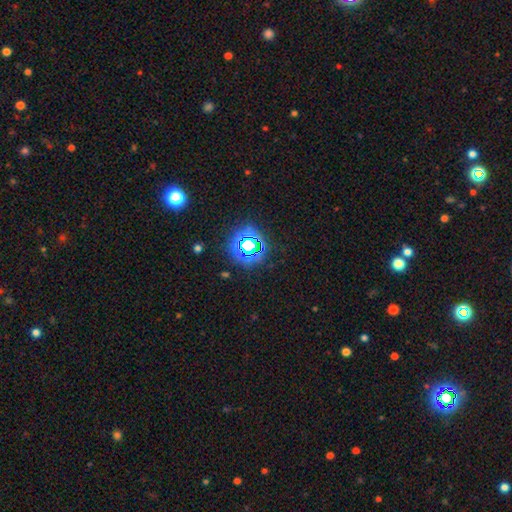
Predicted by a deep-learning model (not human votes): Smooth or featured?
  - star or artifact: 72% *
  - smooth: 22%
  - featured or disk: 6%